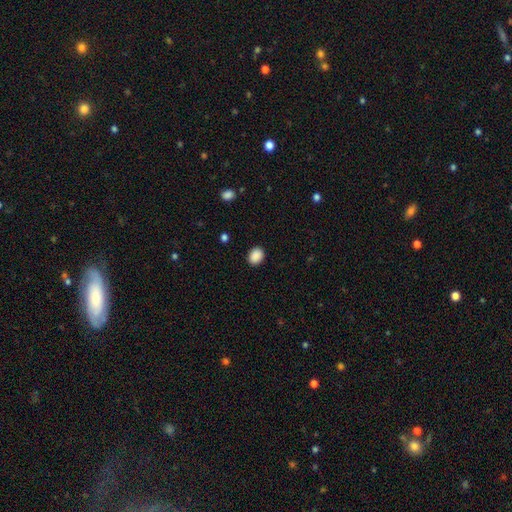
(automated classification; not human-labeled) Overall: smooth (89%). How rounded: in between (54%; round 45%). Merging: none (90%).